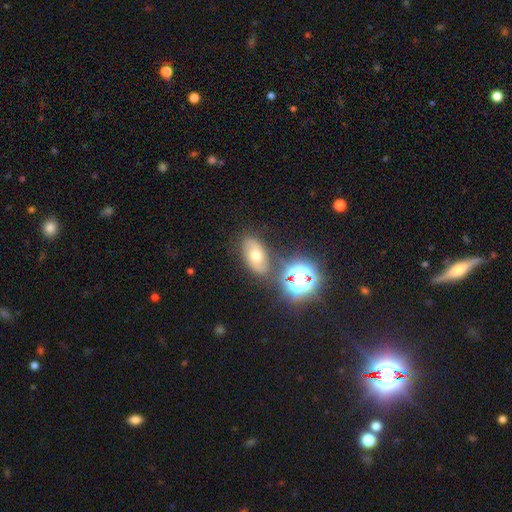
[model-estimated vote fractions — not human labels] Smooth or featured: smooth — 50% (featured or disk — 29%)
How rounded: in between — 83% (round — 15%)
Merging: none — 71% (minor disturbance — 14%)